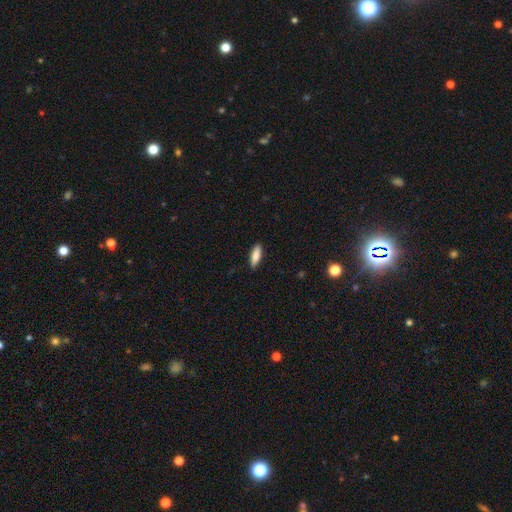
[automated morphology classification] smooth 84%, featured or disk 10%, star or artifact 6%. Down the decision tree: how rounded — cigar-shaped (49%, tied with in between); merging — none (89%).